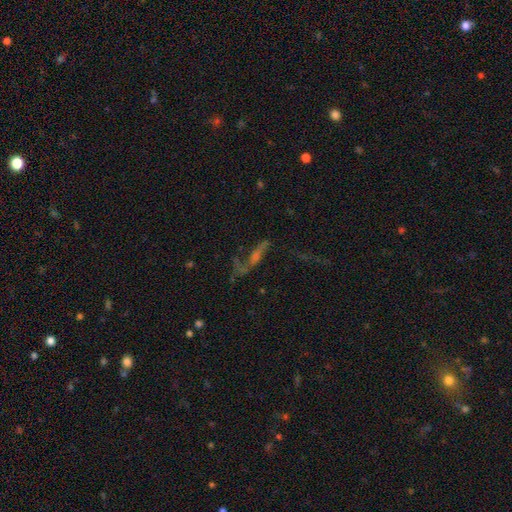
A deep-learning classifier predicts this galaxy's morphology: This is possibly a featured or disk galaxy (57%). It is likely not viewed edge-on (70%). Merging: possibly none (45%).